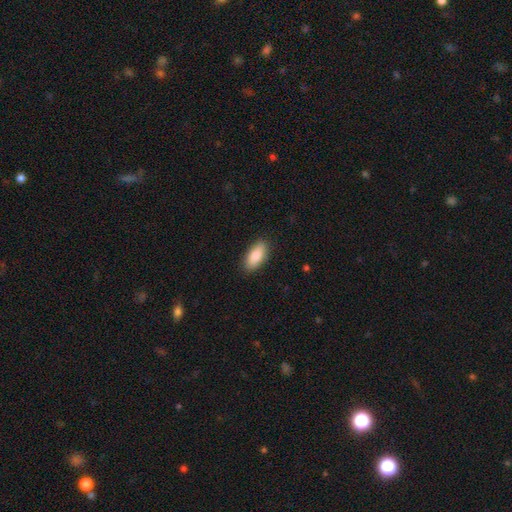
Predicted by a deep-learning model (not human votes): Smooth or featured? smooth (85%)
How rounded? in between (87%)
Merging? none (87%)